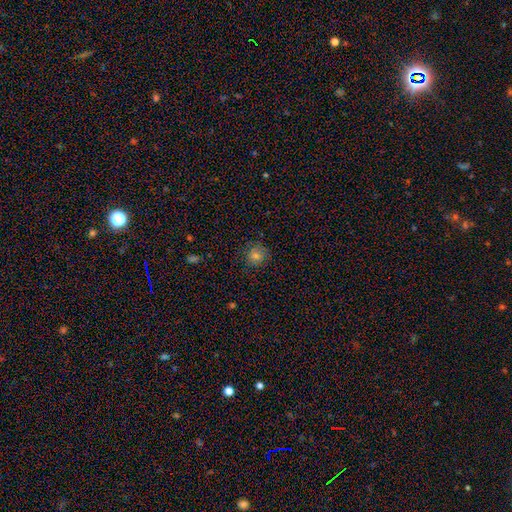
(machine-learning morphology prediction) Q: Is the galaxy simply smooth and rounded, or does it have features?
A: smooth — 75%.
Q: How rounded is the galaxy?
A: round — 93%.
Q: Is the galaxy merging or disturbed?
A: none — 86%.